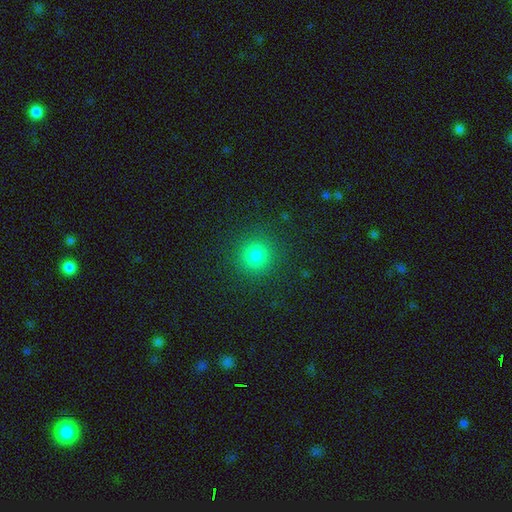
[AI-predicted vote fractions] smooth_or_featured: smooth (p=0.80) [alt: star or artifact p=0.15]
how_rounded: round (p=0.94) [alt: in between p=0.05]
merging: none (p=0.91) [alt: minor disturbance p=0.06]